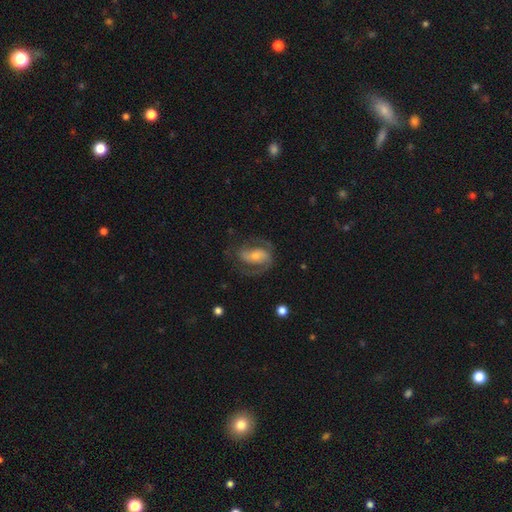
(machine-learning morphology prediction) smooth-or-featured: featured or disk: 76% | smooth: 17% | star or artifact: 7%
  disk-edge-on: no: 96% | yes: 4%
    bar: no: 37% | weak: 34% | strong: 29%
    has-spiral-arms: yes: 89% | no: 11%
      spiral-winding: medium: 50% | tight: 27% | loose: 23%
      spiral-arm-count: 2: 79% | can't tell: 9% | 1: 7% | 3: 3% | 4: 1% | more than 4: 1%
    bulge-size: small: 52% | moderate: 37% | large: 6% | none: 4% | dominant: 2%
  merging: none: 64% | major disturbance: 18% | minor disturbance: 17% | merger: 2%